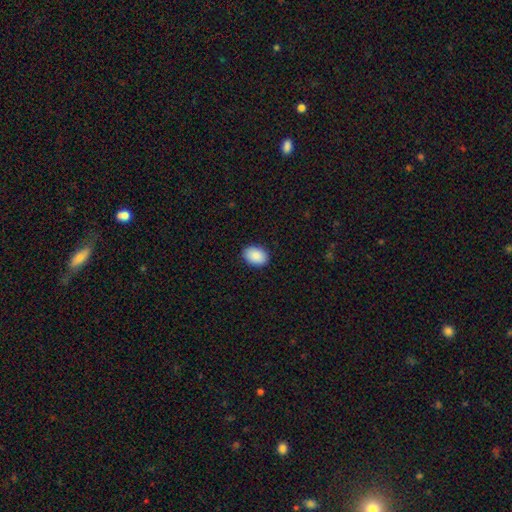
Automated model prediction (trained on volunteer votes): smooth-or-featured: smooth: 90% | star or artifact: 6% | featured or disk: 3%
  how-rounded: in between: 81% | round: 18% | cigar-shaped: 1%
  merging: none: 90% | minor disturbance: 8% | major disturbance: 2% | merger: 1%